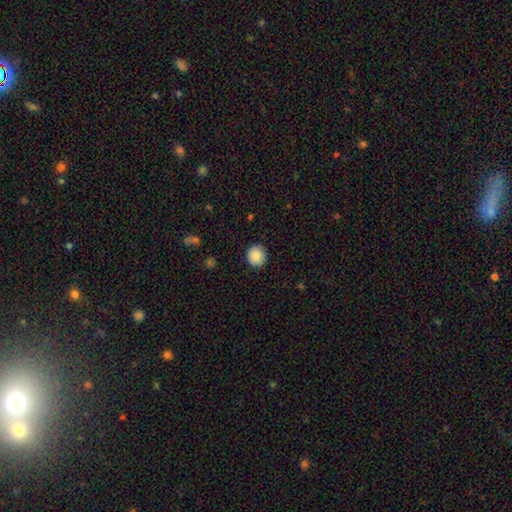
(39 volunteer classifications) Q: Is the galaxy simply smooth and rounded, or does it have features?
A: smooth — 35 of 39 (90%).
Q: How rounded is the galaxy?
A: round — 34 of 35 (97%).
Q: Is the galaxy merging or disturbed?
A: none — 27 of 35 (77%).